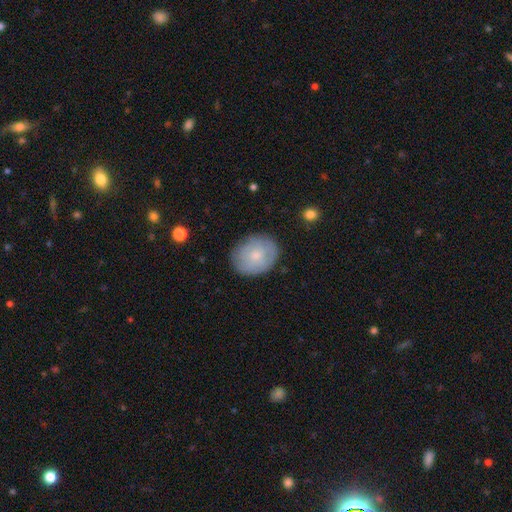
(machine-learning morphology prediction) Smooth or featured? smooth (62%)
How rounded? round (54%)
Merging? none (81%)